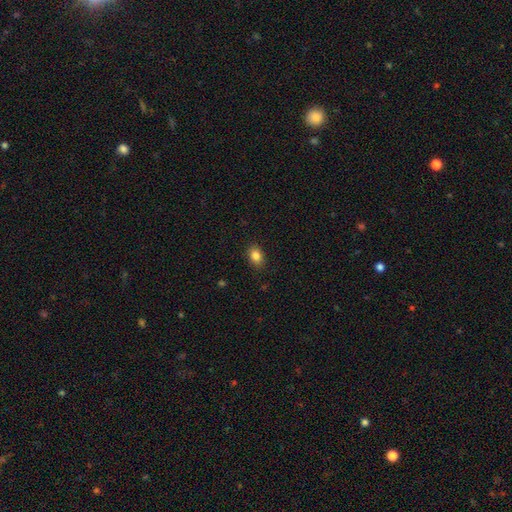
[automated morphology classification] A smooth galaxy with no disk features (86%) that is in between round and cigar-shaped (77%). Merging: none (87%).